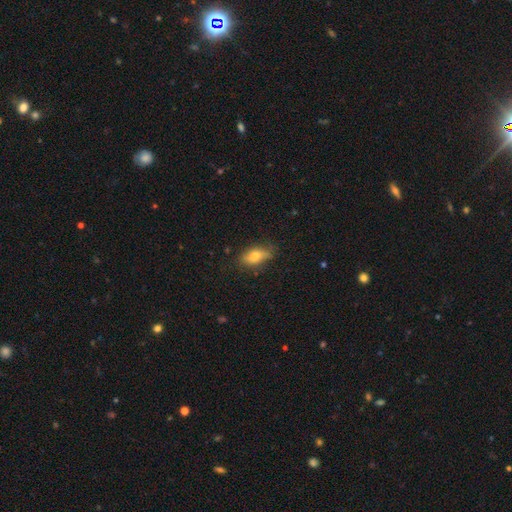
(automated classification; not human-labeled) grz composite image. It shows a smooth galaxy with no disk features (72%) that is in between round and cigar-shaped (81%). Merging: none (70%).